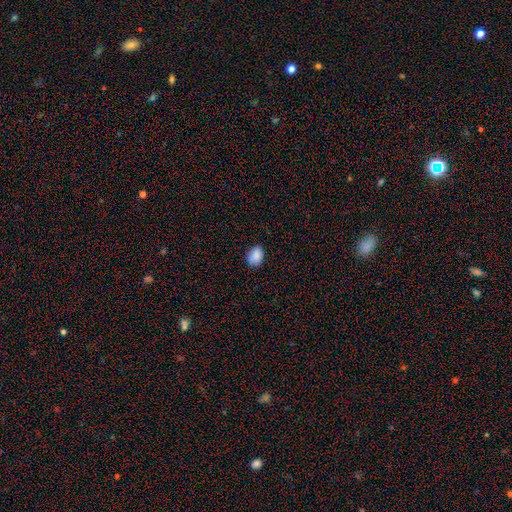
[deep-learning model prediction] Smooth or featured? Predicted: smooth (p=0.88). How rounded? Predicted: in between (p=0.70). Merging? Predicted: none (p=0.83).